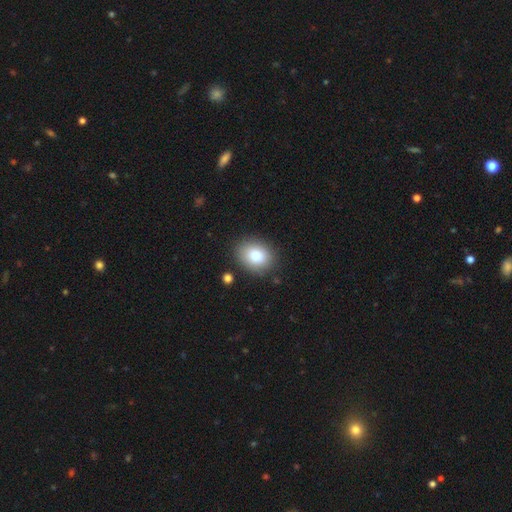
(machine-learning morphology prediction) smooth 82%, featured or disk 9%, star or artifact 9%. Down the decision tree: how rounded — in between (52%); merging — none (85%).